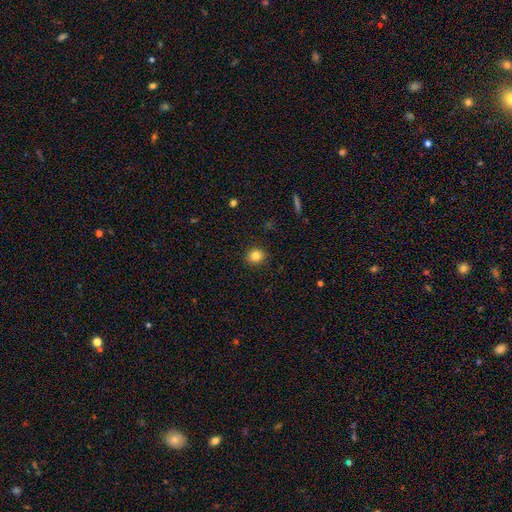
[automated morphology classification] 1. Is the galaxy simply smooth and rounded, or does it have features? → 82% smooth, 12% star or artifact, 7% featured or disk.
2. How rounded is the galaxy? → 84% round, 15% in between, 1% cigar-shaped.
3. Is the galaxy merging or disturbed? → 91% none, 7% minor disturbance, 2% major disturbance, 1% merger.